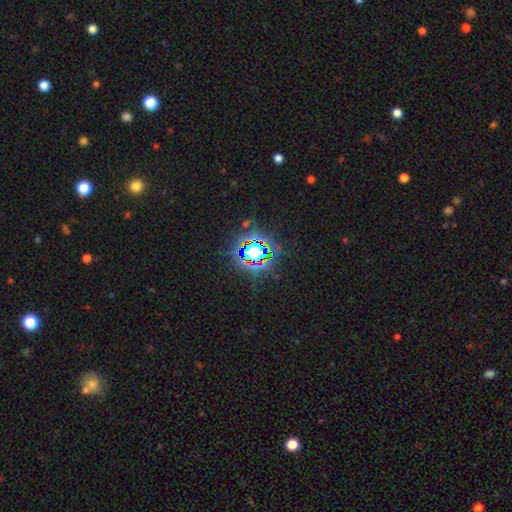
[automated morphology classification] star or artifact 79%, smooth 12%, featured or disk 9%.